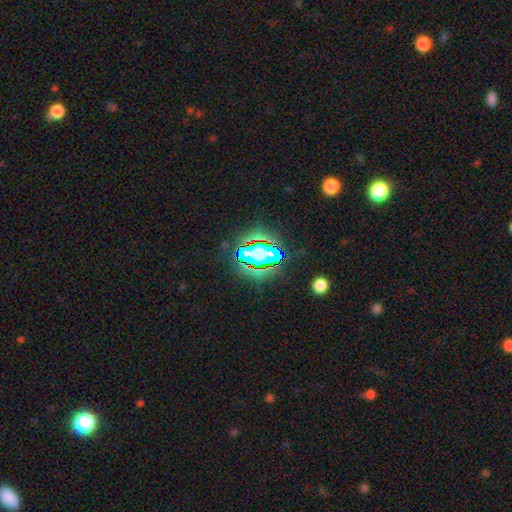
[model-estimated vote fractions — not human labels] smooth-or-featured: star or artifact: 69% | smooth: 19% | featured or disk: 12%